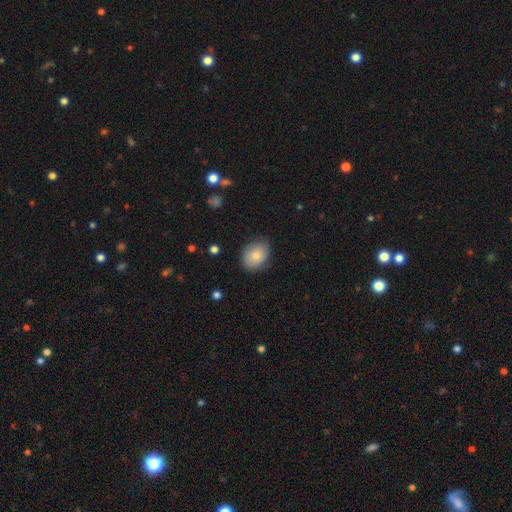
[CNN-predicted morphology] Overall: smooth (79%). How rounded: in between (62%; round 37%). Merging: none (78%).